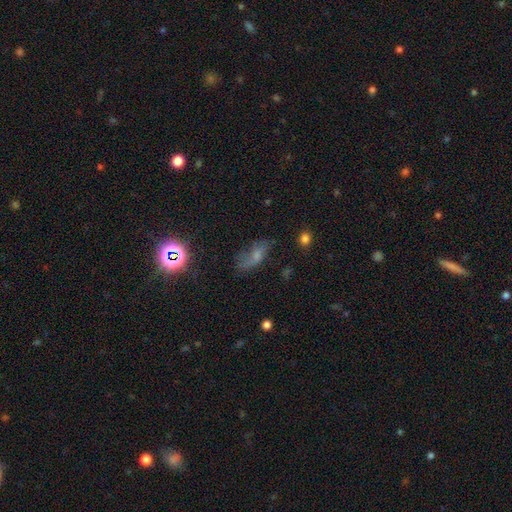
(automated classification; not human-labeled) A smooth galaxy with no disk features (53%) that is in between round and cigar-shaped (78%). Merging: none (46%).